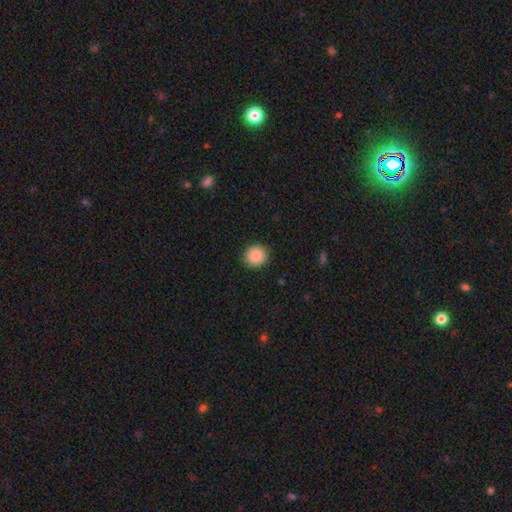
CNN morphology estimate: type=smooth (89%); roundness=round (93%); merging=none (92%).